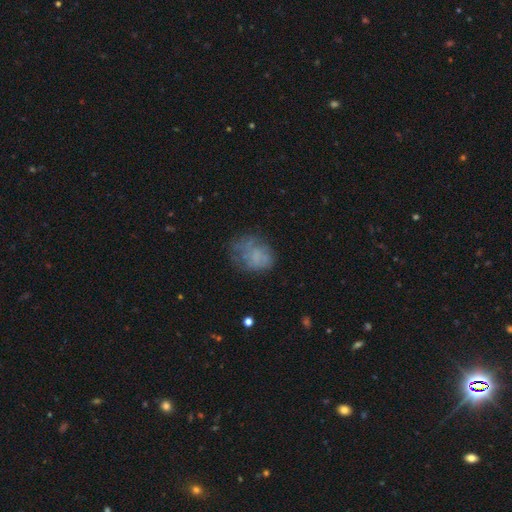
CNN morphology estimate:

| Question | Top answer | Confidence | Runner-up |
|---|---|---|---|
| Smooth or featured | smooth | 60% | featured or disk (27%) |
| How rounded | in between | 56% | round (43%) |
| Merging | none | 49% | minor disturbance (26%) |